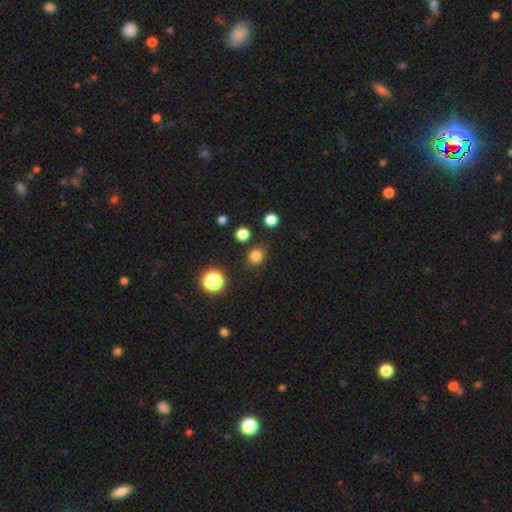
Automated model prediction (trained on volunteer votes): smooth 79%, star or artifact 17%, featured or disk 5%. Down the decision tree: how rounded — round (76%); merging — none (83%).